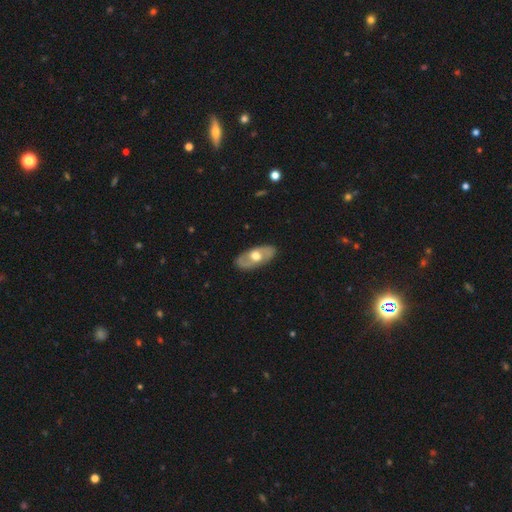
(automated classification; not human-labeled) This appears to be a featured or disk galaxy (57%). Merging: none (85%).